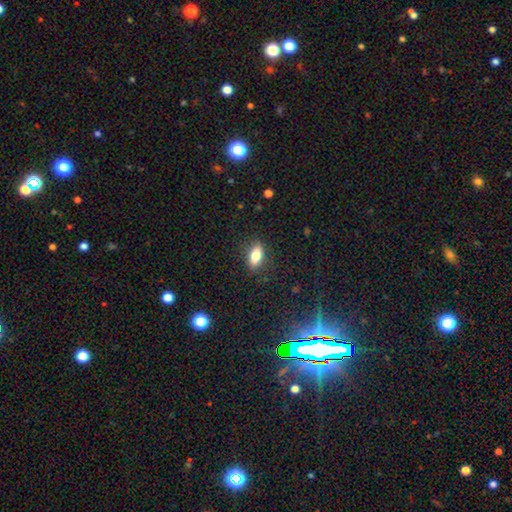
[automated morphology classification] Smooth or featured? smooth (77%)
How rounded? in between (82%)
Merging? none (86%)